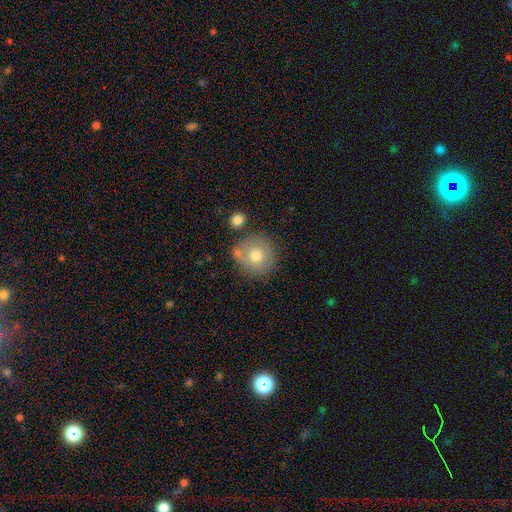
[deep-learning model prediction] Overall: smooth (71%). How rounded: round (93%). Merging: none (70%).